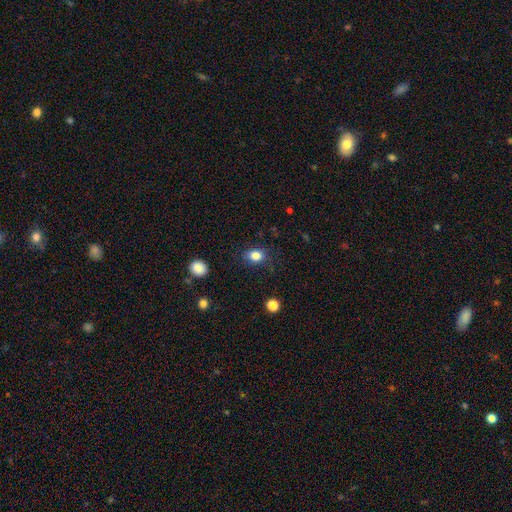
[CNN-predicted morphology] smooth_or_featured: smooth (p=0.84) [alt: star or artifact p=0.10]
how_rounded: in between (p=0.67) [alt: round p=0.31]
merging: none (p=0.79) [alt: minor disturbance p=0.15]